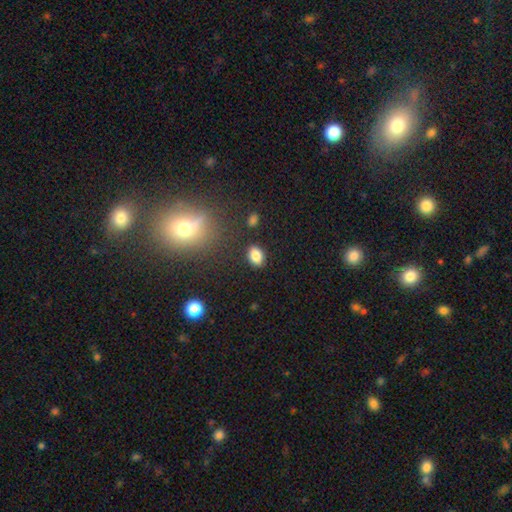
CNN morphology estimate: This appears to be a smooth galaxy with no disk features (84%) that is in between round and cigar-shaped (75%). Merging: none (85%).